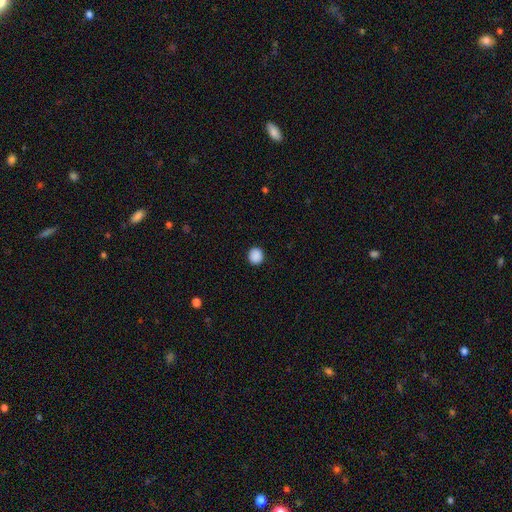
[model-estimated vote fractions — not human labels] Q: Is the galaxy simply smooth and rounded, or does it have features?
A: smooth — 89%.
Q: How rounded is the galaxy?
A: round — 90%.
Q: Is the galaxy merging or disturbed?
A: none — 92%.